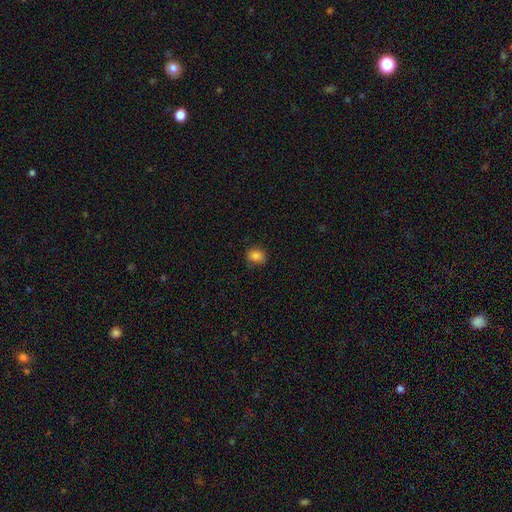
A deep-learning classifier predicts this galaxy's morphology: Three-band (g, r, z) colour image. It shows a smooth galaxy with no disk features (84%) that is round (54%). Merging: none (81%).